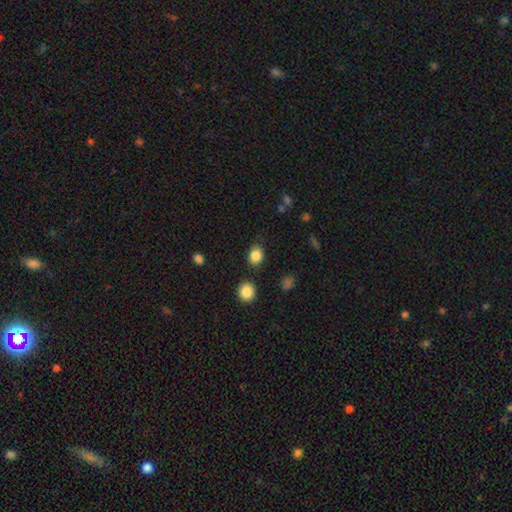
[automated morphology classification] Smooth or featured? Predicted: smooth (p=0.86). How rounded? Predicted: in between (p=0.51). Merging? Predicted: none (p=0.80).